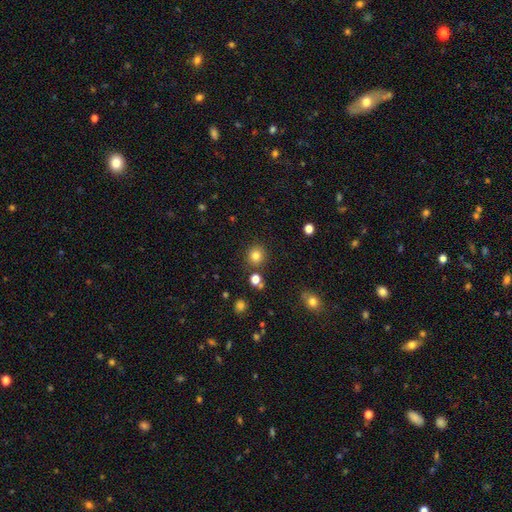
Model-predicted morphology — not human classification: Smooth or featured? smooth (81%)
How rounded? round (92%)
Merging? none (86%)